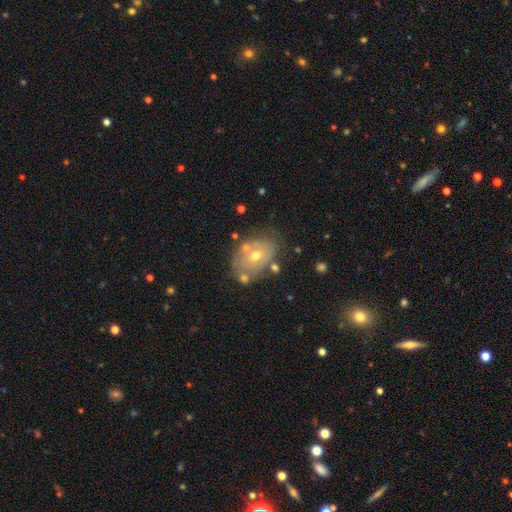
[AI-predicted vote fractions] Smooth or featured? Predicted: featured or disk (p=0.54). Edge-on disk? Predicted: no (p=0.94). Bar? Predicted: no (p=0.85). Spiral arms? Predicted: no (p=0.67). Bulge size? Predicted: moderate (p=0.57). Merging? Predicted: none (p=0.60).